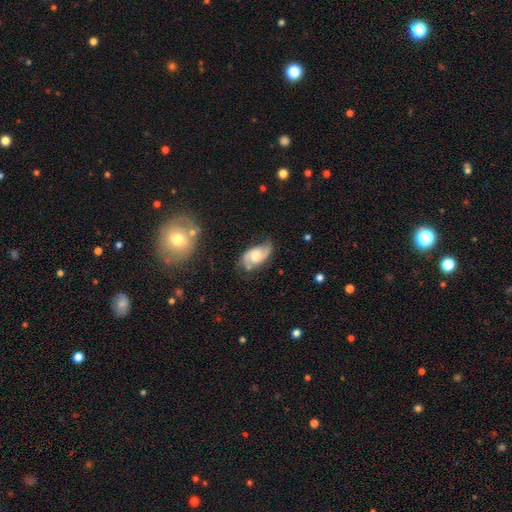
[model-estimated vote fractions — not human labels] Q: Smooth or featured?
A: featured or disk (67%); runner-up: smooth (26%)
Q: Edge-on disk?
A: no (95%); runner-up: yes (5%)
Q: Bar?
A: no (60%); runner-up: weak (34%)
Q: Spiral arms?
A: yes (89%); runner-up: no (11%)
Q: Spiral winding?
A: medium (44%); runner-up: loose (35%)
Q: Spiral arm count?
A: 2 (84%); runner-up: can't tell (9%)
Q: Bulge size?
A: moderate (61%); runner-up: small (20%)
Q: Merging?
A: none (63%); runner-up: minor disturbance (26%)